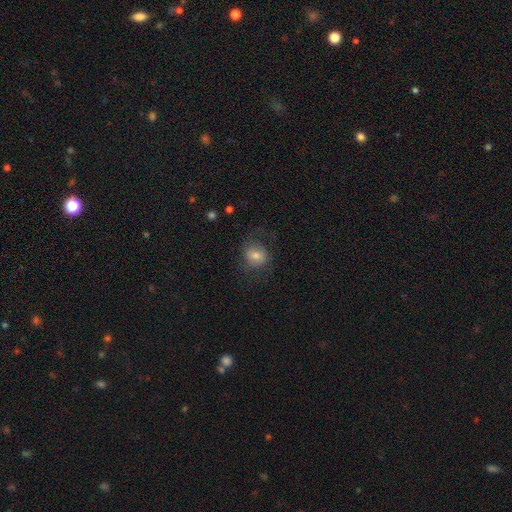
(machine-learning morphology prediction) type=smooth (55%); roundness=round (70%); merging=none (64%).